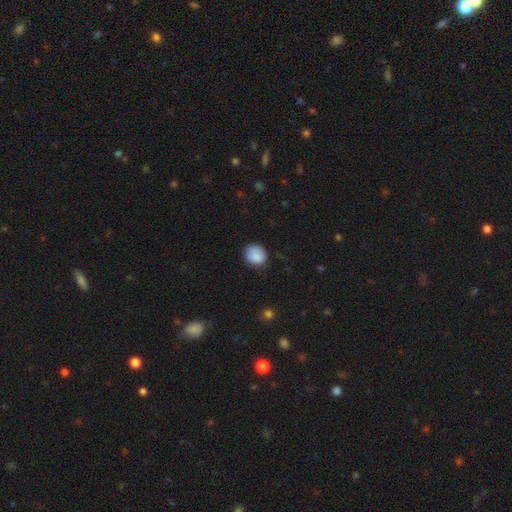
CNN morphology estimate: This is clearly a smooth galaxy (86%). How rounded: likely round (73%). Merging: likely none (74%).